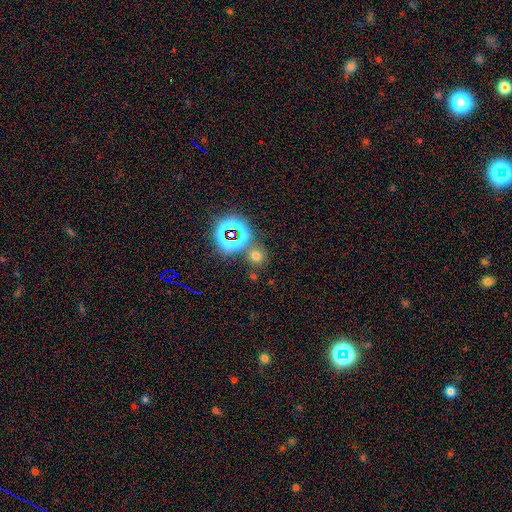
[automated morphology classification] Smooth or featured?
  - smooth: 56% *
  - star or artifact: 37%
  - featured or disk: 7%
How rounded?
  - round: 84% *
  - in between: 15%
  - cigar-shaped: 1%
Merging?
  - none: 75% *
  - merger: 12%
  - minor disturbance: 9%
  - major disturbance: 4%